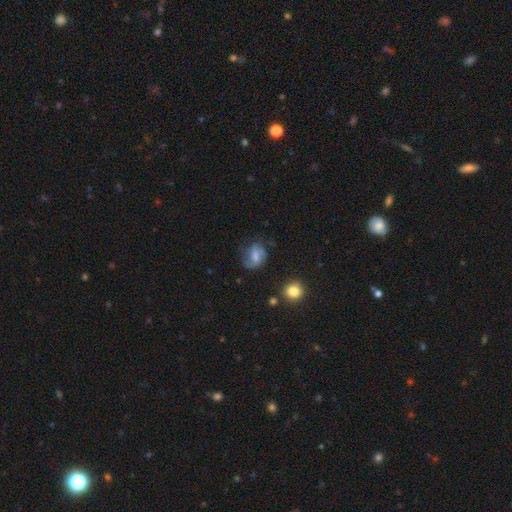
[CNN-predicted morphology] The model was most divided on "bulge size": moderate: 36%, small: 30%, none: 22%, large: 10%, dominant: 2%. Remaining: edge-on disk — no (97%); spiral arms — yes (86%); smooth or featured — featured or disk (60%); merging — none (55%); bar — weak (48%).